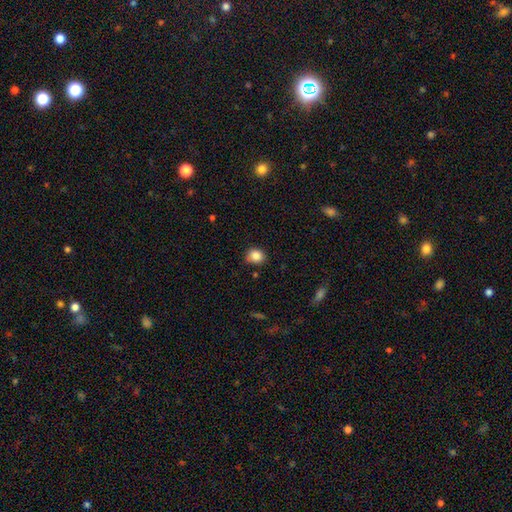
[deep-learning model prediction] Smooth or featured? smooth (86%)
How rounded? round (74%)
Merging? none (78%)